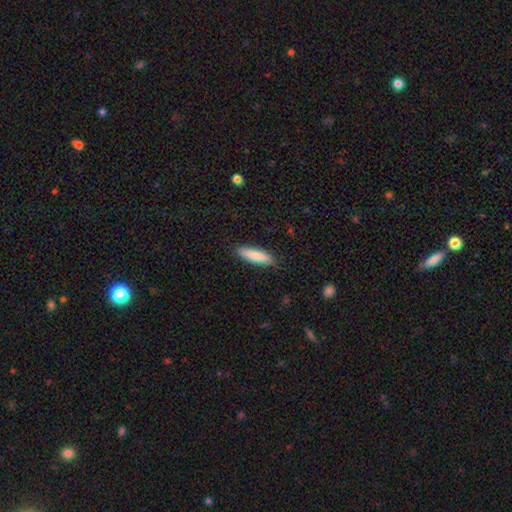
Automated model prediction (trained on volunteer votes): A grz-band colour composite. It shows a smooth galaxy with no disk features (84%) that is cigar-shaped (68%). Merging: none (89%).